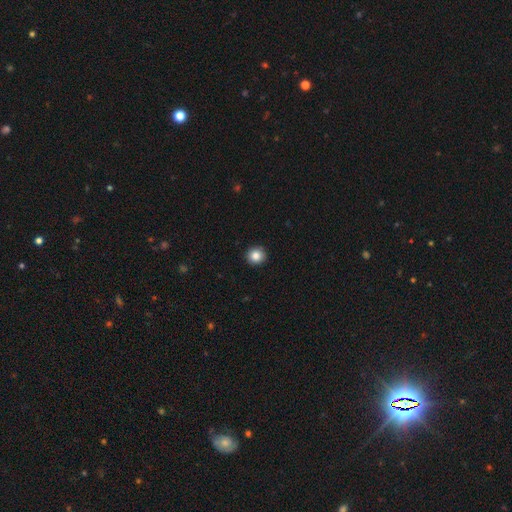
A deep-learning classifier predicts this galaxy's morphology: Q: Smooth or featured?
A: smooth (86%); runner-up: star or artifact (10%)
Q: How rounded?
A: round (90%); runner-up: in between (9%)
Q: Merging?
A: none (93%); runner-up: minor disturbance (5%)